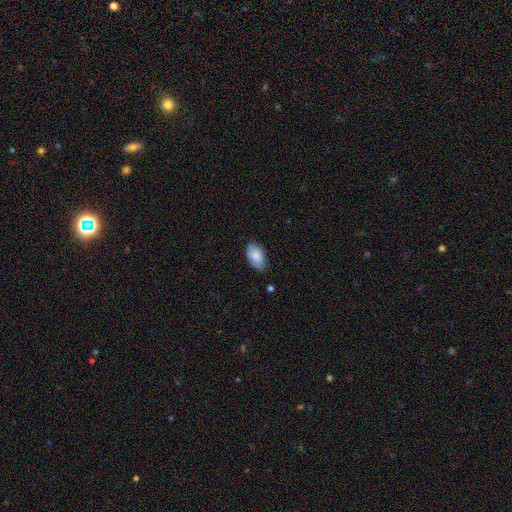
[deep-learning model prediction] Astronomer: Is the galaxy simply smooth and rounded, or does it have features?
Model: smooth — 84%.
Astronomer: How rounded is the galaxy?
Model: in between — 94%.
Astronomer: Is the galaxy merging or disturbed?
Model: none — 73%.